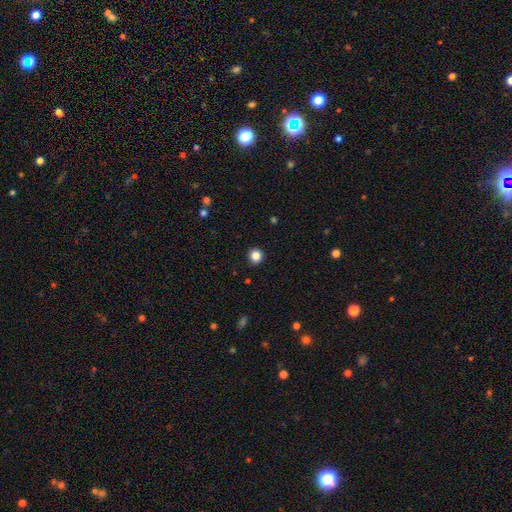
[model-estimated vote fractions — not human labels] Morphology: type=smooth (85%); roundness=round (93%); merging=none (93%).